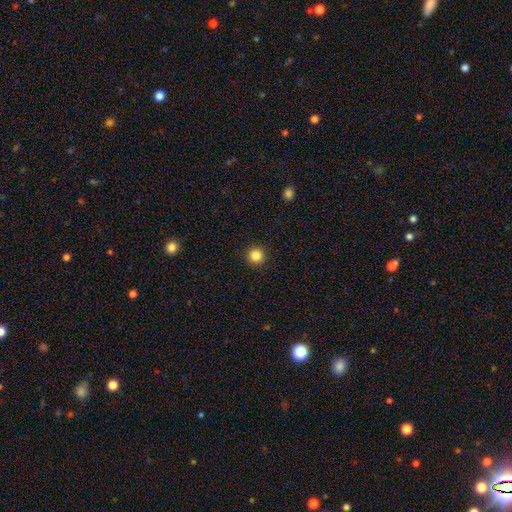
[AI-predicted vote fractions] Smooth or featured? Predicted: smooth (p=0.85). How rounded? Predicted: round (p=0.96). Merging? Predicted: none (p=0.93).